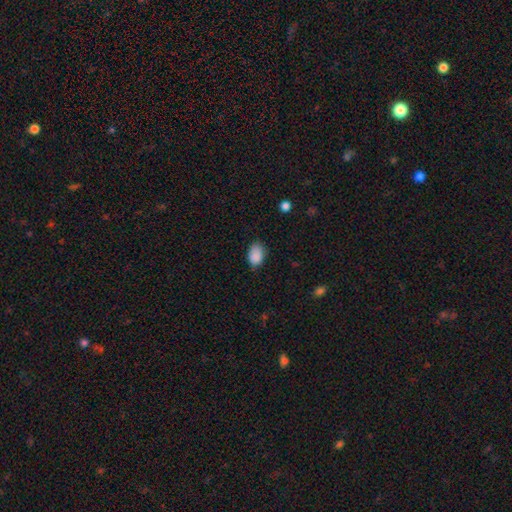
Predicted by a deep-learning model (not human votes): A smooth galaxy with no disk features (88%) that is in between round and cigar-shaped (85%). Merging: none (70%).